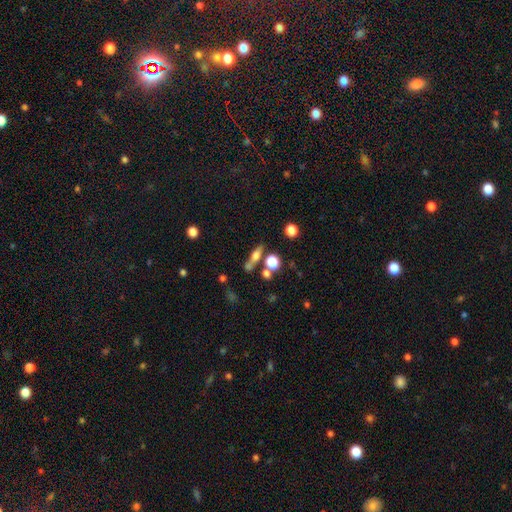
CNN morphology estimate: Smooth or featured?
  - smooth: 47% *
  - featured or disk: 40%
  - star or artifact: 13%
Merging?
  - none: 66% *
  - merger: 16%
  - minor disturbance: 13%
  - major disturbance: 6%